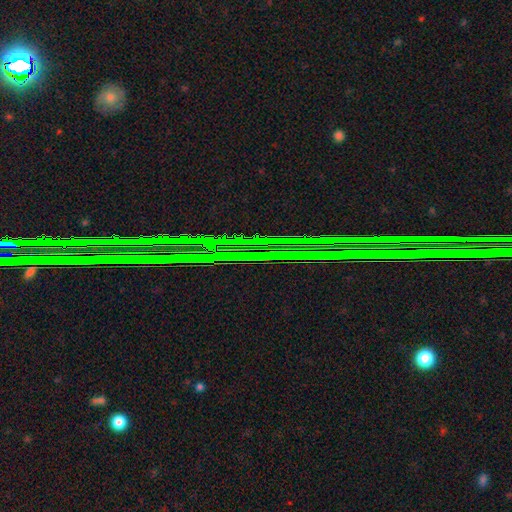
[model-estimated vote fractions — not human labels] Smooth or featured?
  - star or artifact: 78% *
  - featured or disk: 12%
  - smooth: 9%